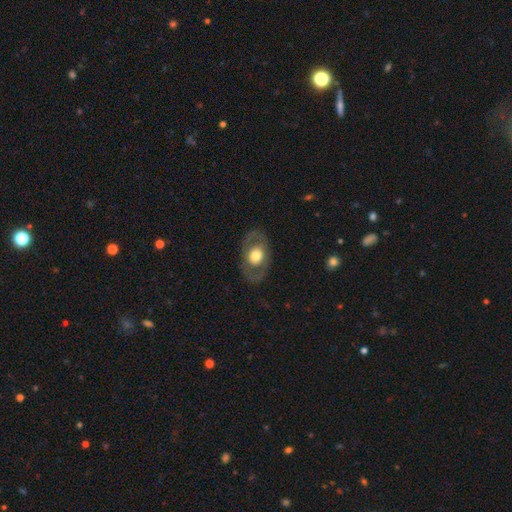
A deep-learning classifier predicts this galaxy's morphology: smooth-or-featured: smooth: 48% | featured or disk: 46% | star or artifact: 6%
  merging: none: 80% | minor disturbance: 12% | major disturbance: 7% | merger: 1%